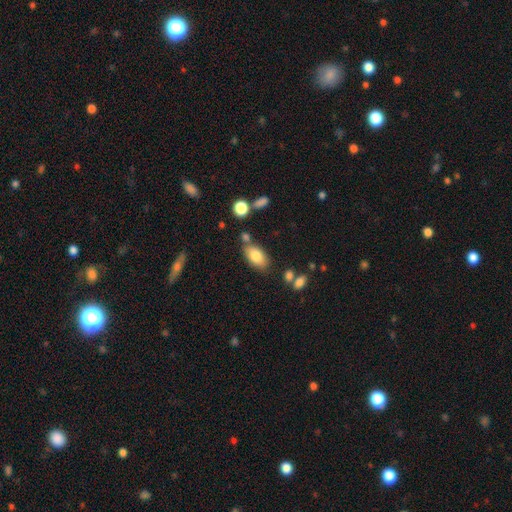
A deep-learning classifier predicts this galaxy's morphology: Smooth or featured? Predicted: smooth (p=0.81). How rounded? Predicted: in between (p=0.92). Merging? Predicted: none (p=0.69).